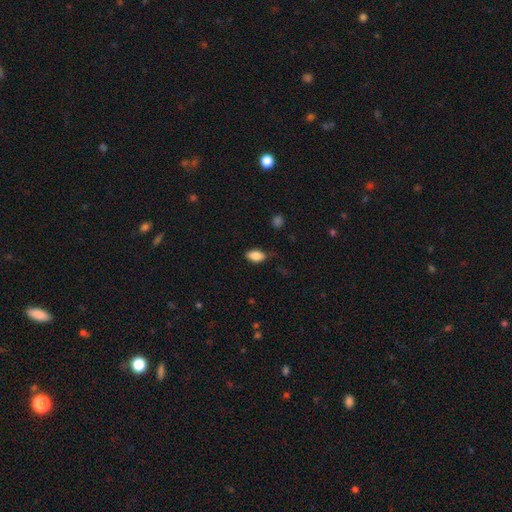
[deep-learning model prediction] Smooth or featured? Predicted: smooth (p=0.85). How rounded? Predicted: in between (p=0.91). Merging? Predicted: none (p=0.69).